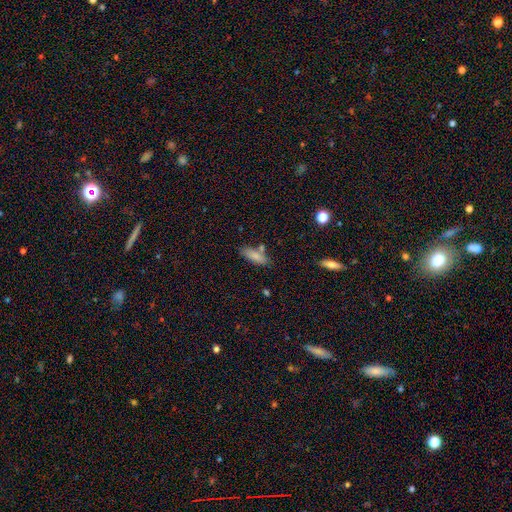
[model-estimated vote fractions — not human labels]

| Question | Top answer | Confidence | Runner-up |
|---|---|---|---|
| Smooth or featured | smooth | 82% | featured or disk (10%) |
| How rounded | in between | 59% | cigar-shaped (39%) |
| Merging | none | 71% | minor disturbance (14%) |